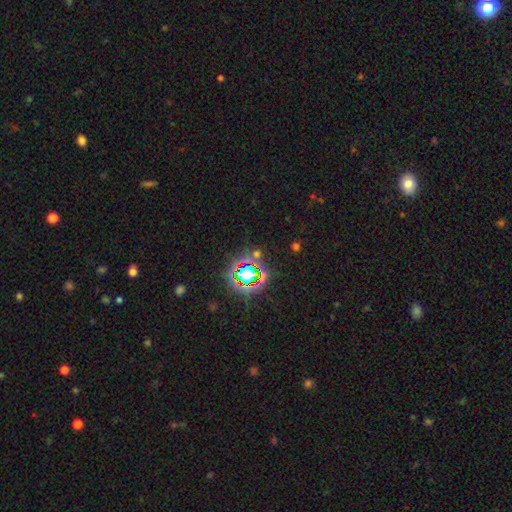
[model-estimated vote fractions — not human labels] Morphology: type=star or artifact (75%).